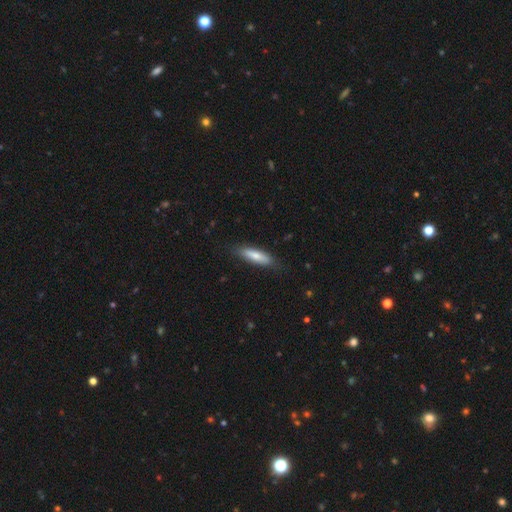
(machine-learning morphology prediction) smooth 73%, featured or disk 21%, star or artifact 6%. Down the decision tree: how rounded — cigar-shaped (66%); merging — none (81%).